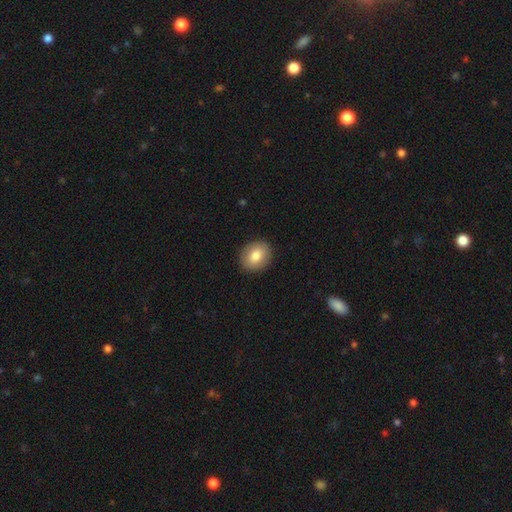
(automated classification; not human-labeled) smooth-or-featured: smooth: 81% | featured or disk: 12% | star or artifact: 7%
  how-rounded: round: 59% | in between: 40% | cigar-shaped: 1%
  merging: none: 90% | minor disturbance: 7% | major disturbance: 2% | merger: 1%